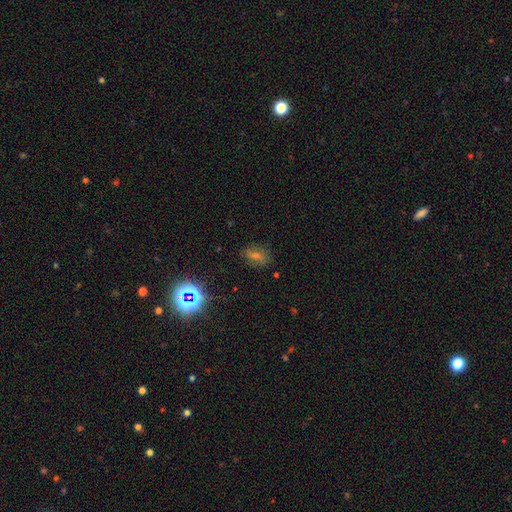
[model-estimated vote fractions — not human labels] A smooth galaxy with no disk features (42%). Merging: none (76%).